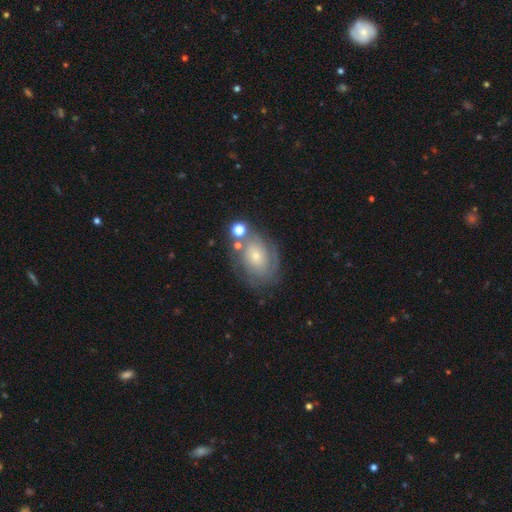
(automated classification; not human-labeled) Smooth or featured: featured or disk — 64% (smooth — 27%)
Edge-on disk: no — 96% (yes — 4%)
Bar: no — 81% (weak — 16%)
Spiral arms: yes — 79% (no — 21%)
Bulge size: small — 71% (moderate — 23%)
Merging: none — 62% (minor disturbance — 19%)